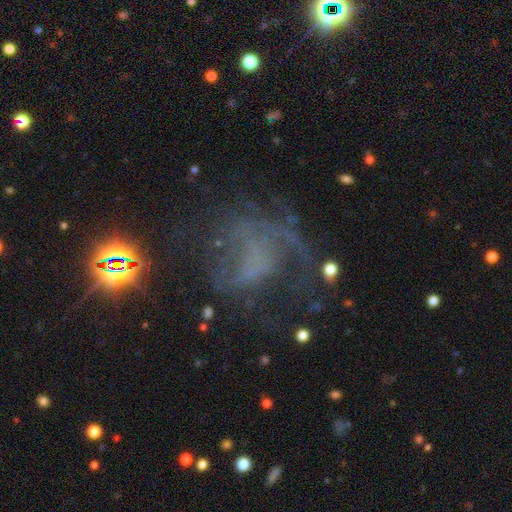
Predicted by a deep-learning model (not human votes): Smooth or featured? Predicted: featured or disk (p=0.49). Merging? Predicted: none (p=0.40).